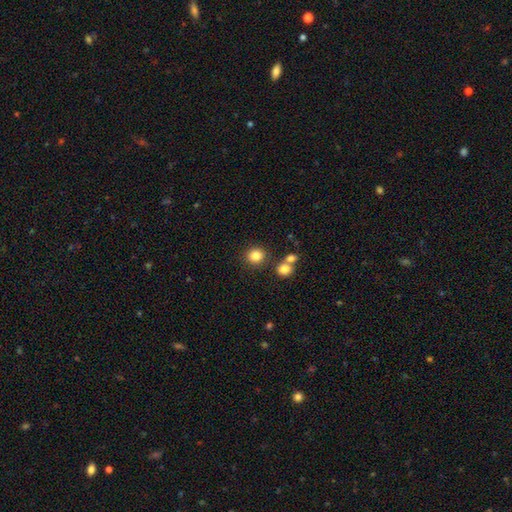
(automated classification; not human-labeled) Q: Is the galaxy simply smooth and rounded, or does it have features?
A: smooth — 83%.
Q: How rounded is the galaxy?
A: round — 84%.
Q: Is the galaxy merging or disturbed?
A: none — 81%.